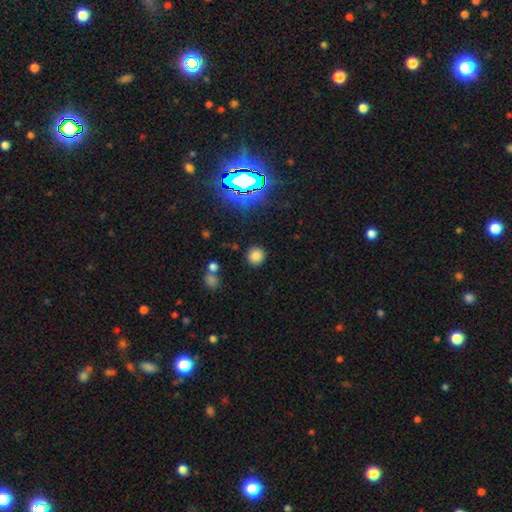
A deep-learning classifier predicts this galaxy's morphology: Smooth or featured? Predicted: smooth (p=0.78). How rounded? Predicted: round (p=0.92). Merging? Predicted: none (p=0.87).